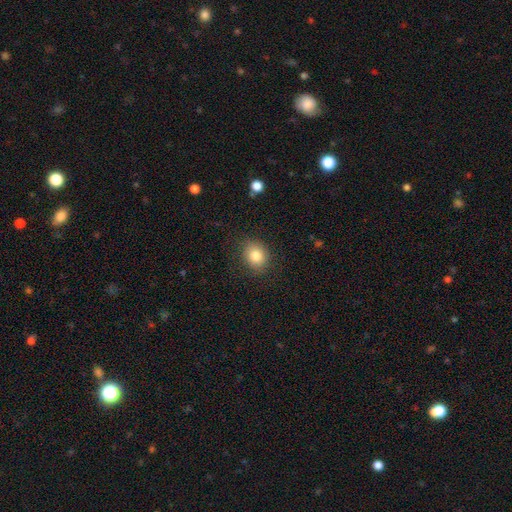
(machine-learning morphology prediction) A smooth galaxy with no disk features (82%) that is round (61%).

Vote fractions:
- Smooth or featured? smooth: 82% / star or artifact: 10% / featured or disk: 8%
- How rounded? round: 61% / in between: 38% / cigar-shaped: 1%
- Merging? none: 83% / minor disturbance: 13% / major disturbance: 4% / merger: 1%